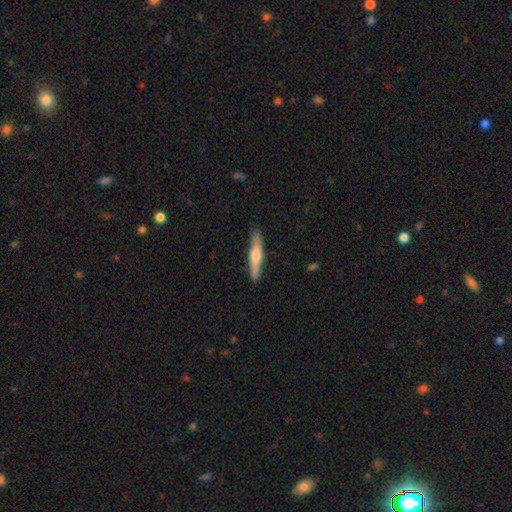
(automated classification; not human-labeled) A featured or disk galaxy (50%) viewed edge-on (95%). Merging: none (89%).